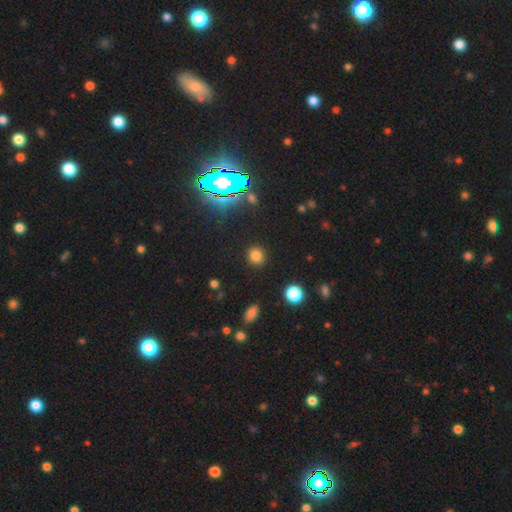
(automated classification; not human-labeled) smooth-or-featured: smooth: 76% | star or artifact: 18% | featured or disk: 5%
  how-rounded: round: 84% | in between: 15% | cigar-shaped: 1%
  merging: none: 89% | minor disturbance: 7% | major disturbance: 2% | merger: 2%